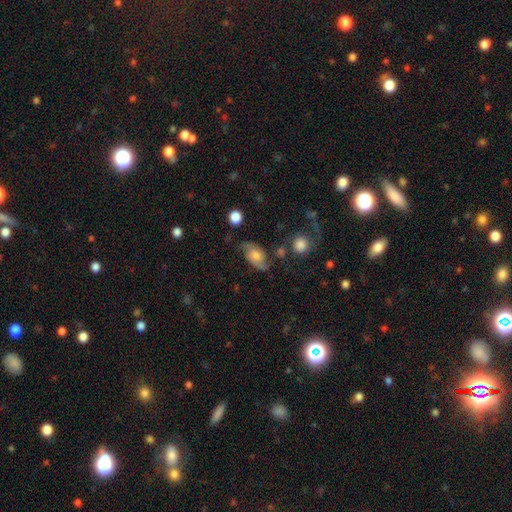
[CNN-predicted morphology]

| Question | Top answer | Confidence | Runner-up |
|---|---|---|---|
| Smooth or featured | featured or disk | 58% | smooth (33%) |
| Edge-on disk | no | 95% | yes (5%) |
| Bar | no | 68% | weak (27%) |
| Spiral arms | yes | 89% | no (11%) |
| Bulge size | moderate | 49% | small (27%) |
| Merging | none | 59% | minor disturbance (25%) |